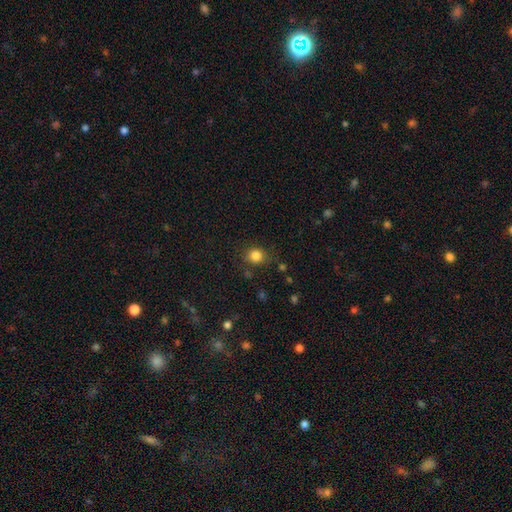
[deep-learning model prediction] Morphology: type=smooth (83%); roundness=round (75%); merging=none (80%).